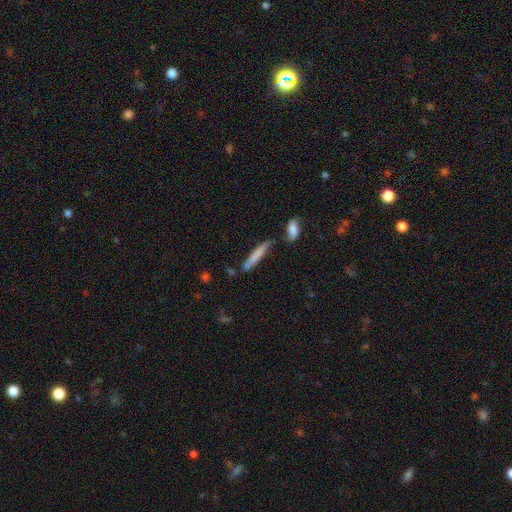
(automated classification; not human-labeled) smooth 69%, featured or disk 24%, star or artifact 7%. Down the decision tree: how rounded — cigar-shaped (92%); merging — none (66%).